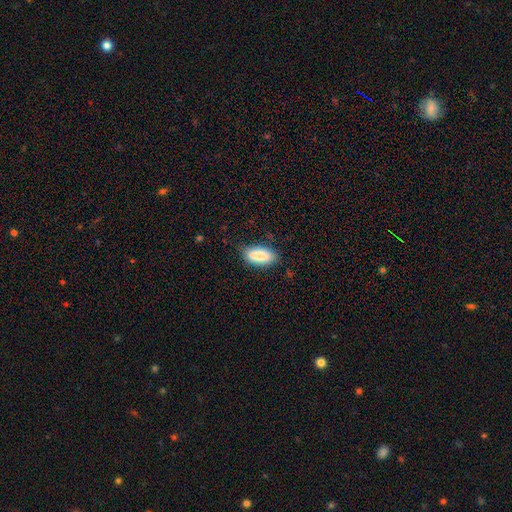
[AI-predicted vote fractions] A smooth galaxy with no disk features (85%) that is in between round and cigar-shaped (84%). Merging: none (78%).